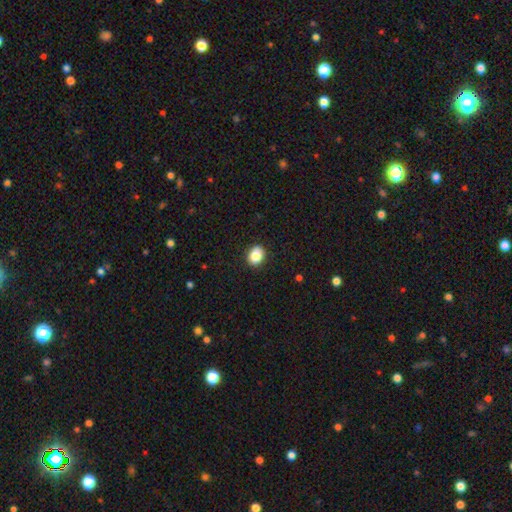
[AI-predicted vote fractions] Overall: smooth (86%). How rounded: round (54%; in between 45%). Merging: none (90%).